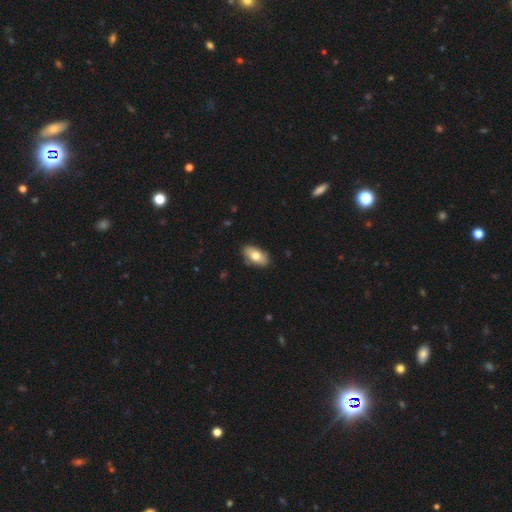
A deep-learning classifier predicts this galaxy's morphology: type=smooth (74%); roundness=in between (92%); merging=none (85%).